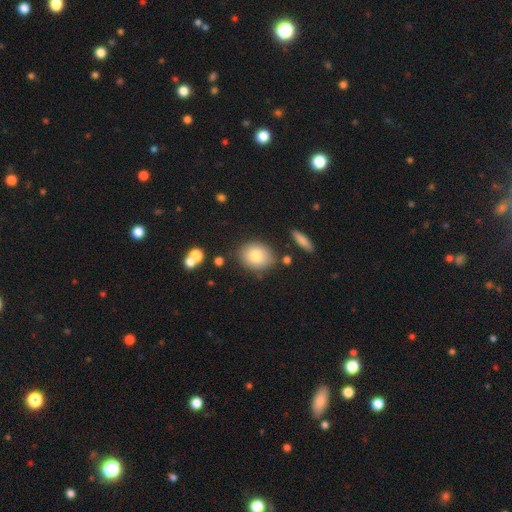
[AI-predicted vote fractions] smooth 78%, featured or disk 13%, star or artifact 9%. Down the decision tree: how rounded — round (57%); merging — none (80%).